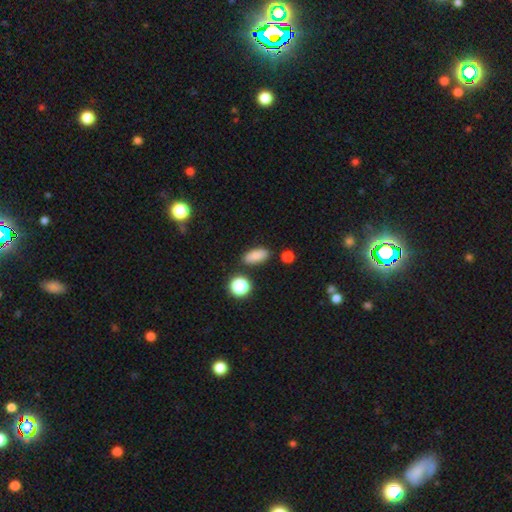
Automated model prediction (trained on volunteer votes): Smooth or featured?
  - smooth: 82% *
  - star or artifact: 11%
  - featured or disk: 7%
How rounded?
  - in between: 84% *
  - cigar-shaped: 9%
  - round: 7%
Merging?
  - none: 84% *
  - minor disturbance: 10%
  - merger: 3%
  - major disturbance: 3%